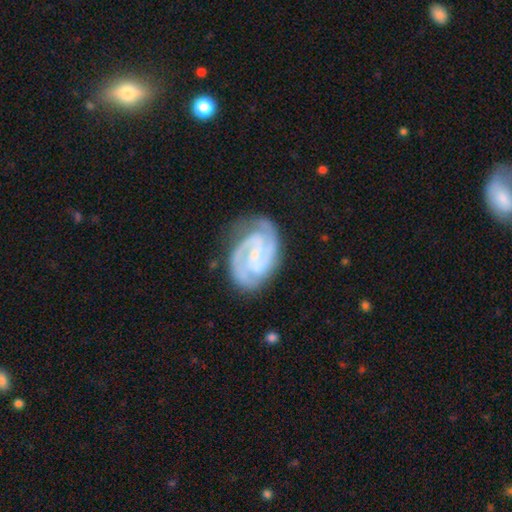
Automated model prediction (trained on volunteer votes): A featured or disk galaxy (91%) with a weak bar (48%), 2 (78%) tight (51%) spiral arms (98%) and a small central bulge (66%).

Vote fractions:
- Smooth or featured? featured or disk: 91% / smooth: 5% / star or artifact: 4%
- Edge-on disk? no: 98% / yes: 2%
- Bar? weak: 48% / no: 32% / strong: 20%
- Spiral arms? yes: 98% / no: 2%
- Spiral winding? tight: 51% / medium: 43% / loose: 6%
- Spiral arm count? 2: 78% / 3: 11% / can't tell: 4% / 1: 2% / 4: 2% / more than 4: 2%
- Bulge size? small: 66% / none: 17% / moderate: 14% / large: 1% / dominant: 1%
- Merging? none: 74% / minor disturbance: 18% / major disturbance: 6% / merger: 2%